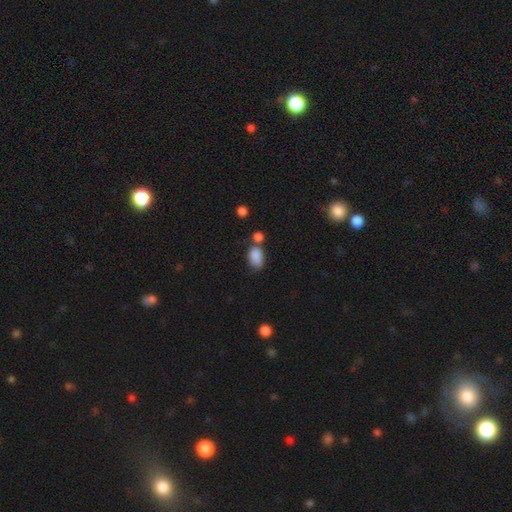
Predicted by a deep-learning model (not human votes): This is clearly a smooth galaxy (86%). How rounded: clearly in between (85%). Merging: possibly none (48%).